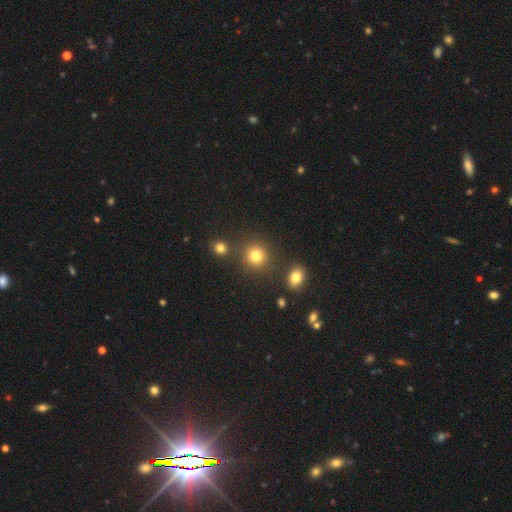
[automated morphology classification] Smooth or featured: smooth — 80% (star or artifact — 14%)
How rounded: round — 89% (in between — 10%)
Merging: none — 83% (minor disturbance — 8%)